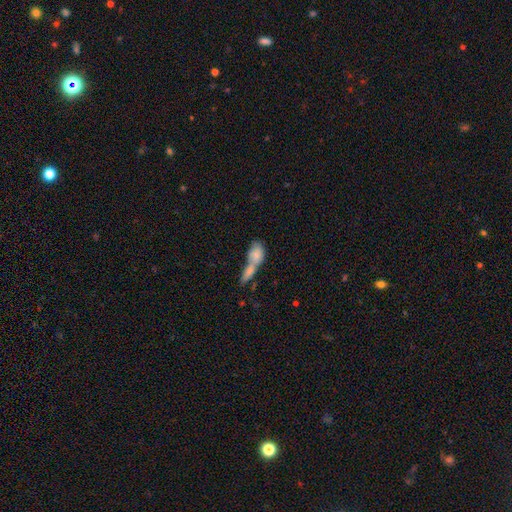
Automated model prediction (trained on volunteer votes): smooth_or_featured: smooth (p=0.76) [alt: featured or disk p=0.17]
how_rounded: in between (p=0.78) [alt: round p=0.11]
merging: merger (p=0.71) [alt: none p=0.17]